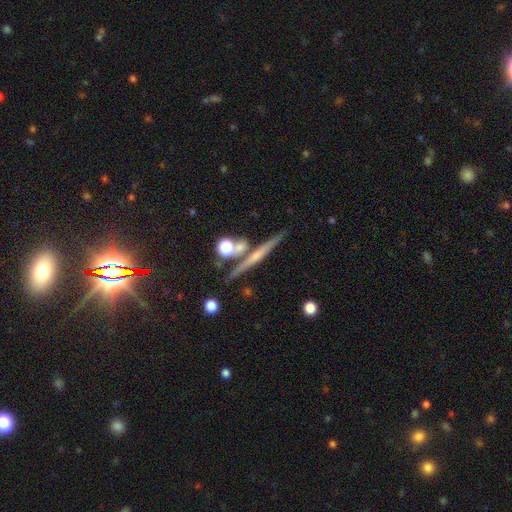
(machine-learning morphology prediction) This appears to be a featured or disk galaxy (60%) viewed edge-on (96%) with no central bulge (49%). Merging: none (80%).